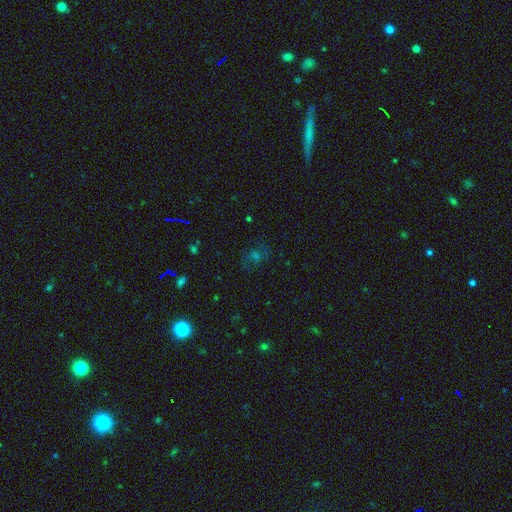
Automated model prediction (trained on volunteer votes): Q: Smooth or featured?
A: star or artifact (43%); runner-up: smooth (33%)